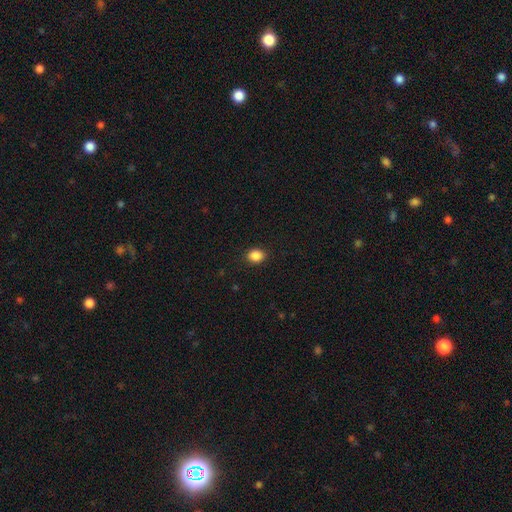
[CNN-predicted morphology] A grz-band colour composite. It shows a smooth galaxy with no disk features (87%) that is in between round and cigar-shaped (53%). Merging: none (89%).